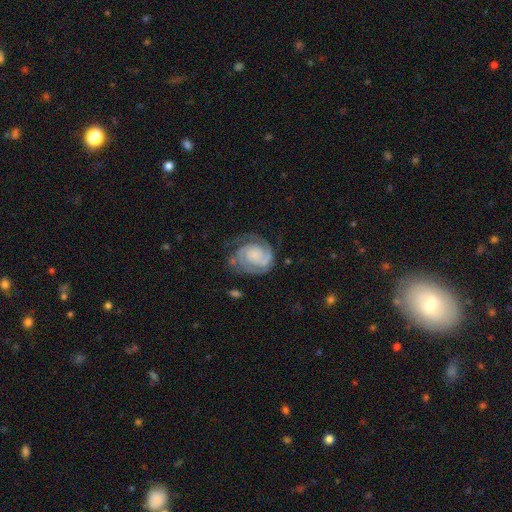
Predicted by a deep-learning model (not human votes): smooth_or_featured: featured or disk (p=0.84) [alt: smooth p=0.10]
disk_edge_on: no (p=0.98) [alt: yes p=0.02]
bar: no (p=0.71) [alt: weak p=0.24]
has_spiral_arms: yes (p=0.97) [alt: no p=0.03]
spiral_winding: tight (p=0.65) [alt: medium p=0.29]
spiral_arm_count: 2 (p=0.66) [alt: can't tell p=0.11]
bulge_size: small (p=0.37) [tied with: none p=0.37]
merging: none (p=0.65) [alt: minor disturbance p=0.20]